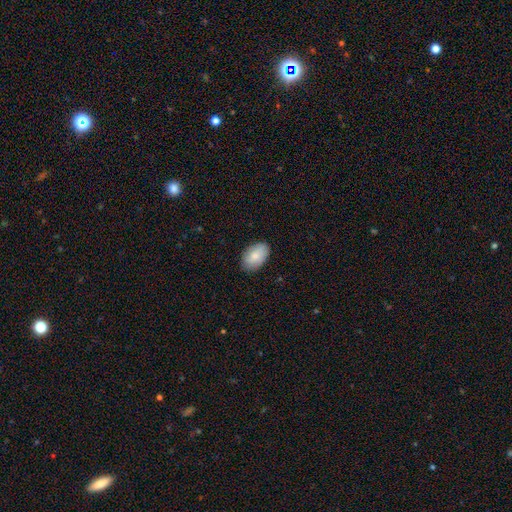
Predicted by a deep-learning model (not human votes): This appears to be a smooth galaxy with no disk features (83%) that is in between round and cigar-shaped (92%). Merging: none (85%).